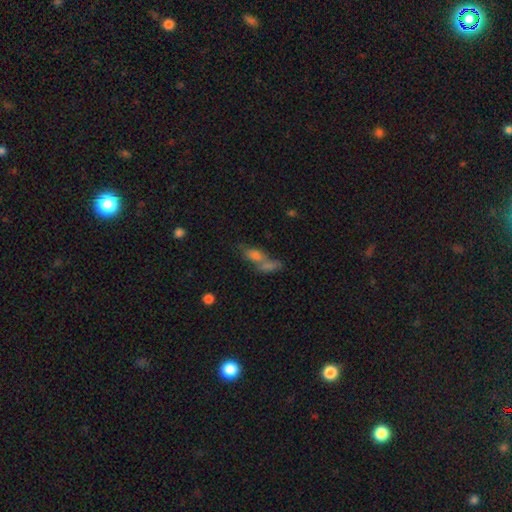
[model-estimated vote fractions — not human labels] Morphology: type=smooth (63%); roundness=in between (63%); merging=merger (51%).